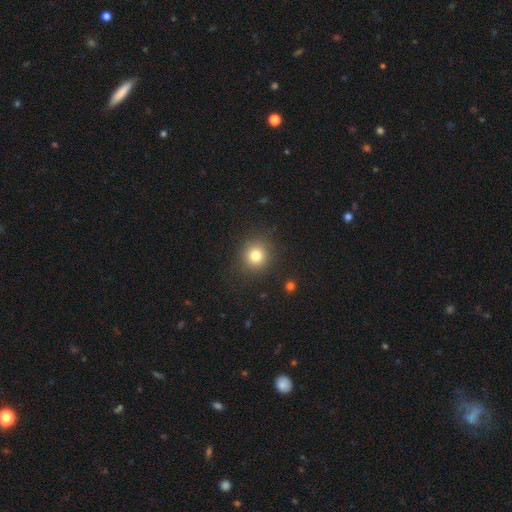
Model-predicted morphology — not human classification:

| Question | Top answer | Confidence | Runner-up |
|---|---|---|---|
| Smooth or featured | smooth | 79% | star or artifact (13%) |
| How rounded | round | 90% | in between (9%) |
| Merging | none | 87% | minor disturbance (8%) |